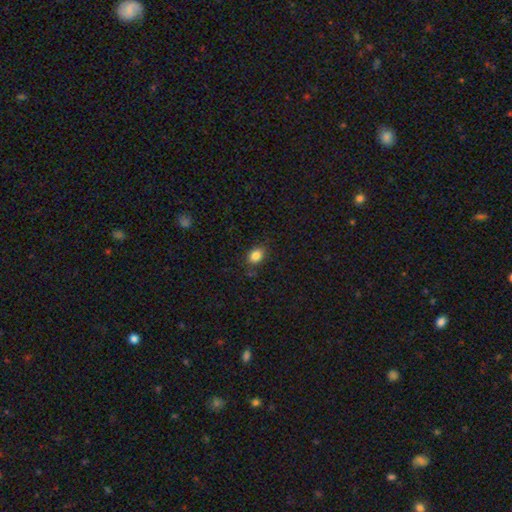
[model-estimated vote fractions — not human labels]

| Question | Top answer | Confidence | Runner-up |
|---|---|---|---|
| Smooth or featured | smooth | 84% | star or artifact (11%) |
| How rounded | in between | 64% | round (35%) |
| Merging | none | 82% | minor disturbance (13%) |